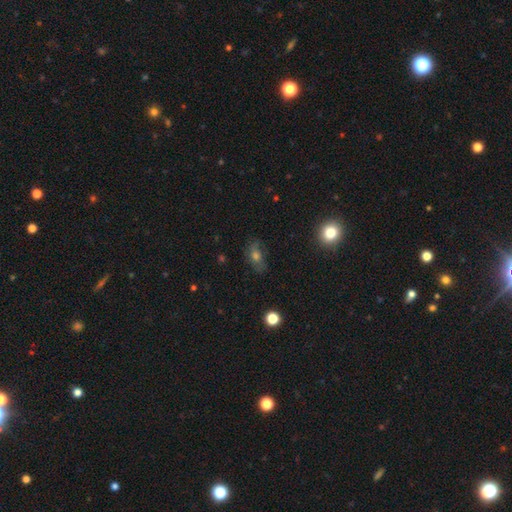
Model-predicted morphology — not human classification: type=smooth (44%); merging=none (71%).